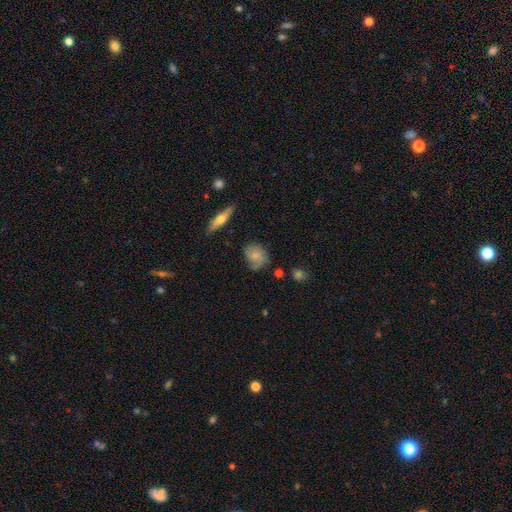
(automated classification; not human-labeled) Morphology: type=smooth (51%); roundness=in between (49%); merging=none (58%).